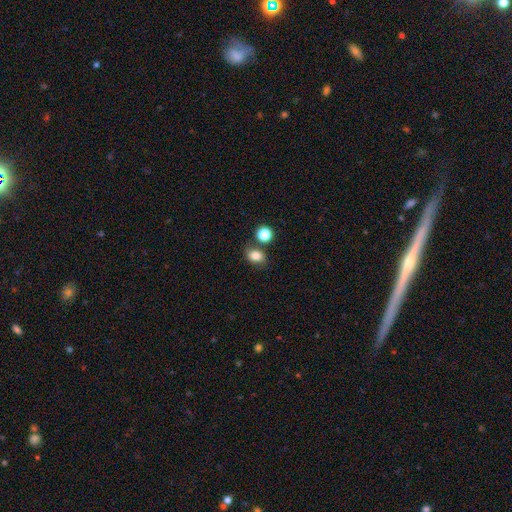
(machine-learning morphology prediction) Overall: smooth (81%). How rounded: in between (60%; round 39%). Merging: none (69%).